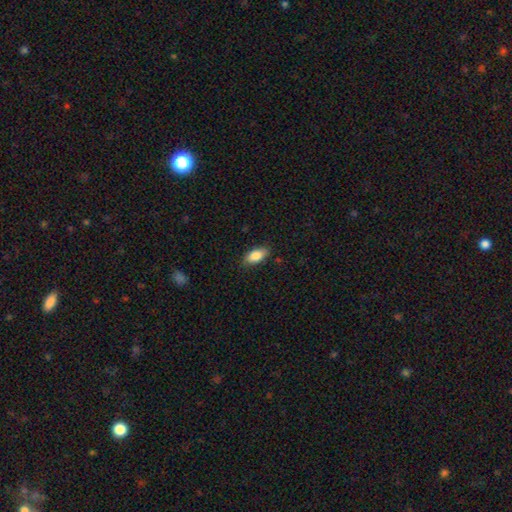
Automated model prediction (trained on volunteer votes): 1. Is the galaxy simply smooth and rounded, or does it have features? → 85% smooth, 8% featured or disk, 7% star or artifact.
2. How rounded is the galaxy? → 89% in between, 7% cigar-shaped, 3% round.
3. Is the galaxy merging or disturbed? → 84% none, 12% minor disturbance, 2% major disturbance, 1% merger.